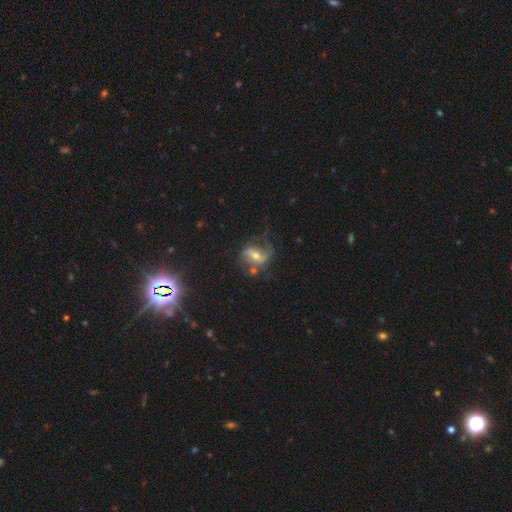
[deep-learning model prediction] Smooth or featured? featured or disk (74%)
Edge-on disk? no (96%)
Bar? weak (38%)
Spiral arms? yes (89%)
Spiral winding? loose (49%)
Spiral arm count? 2 (73%)
Bulge size? moderate (58%)
Merging? none (52%)